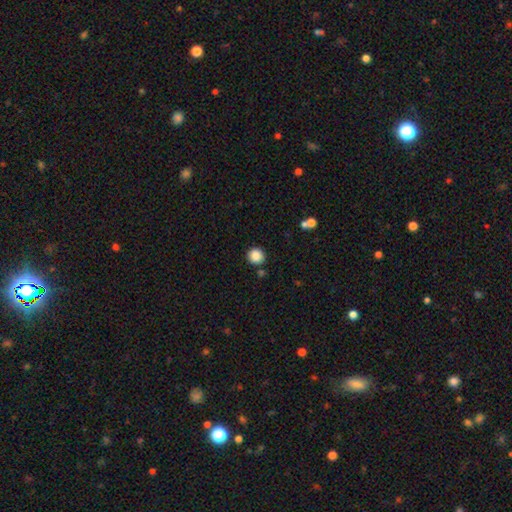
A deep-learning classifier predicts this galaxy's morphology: Smooth or featured? smooth (86%)
How rounded? round (91%)
Merging? none (87%)